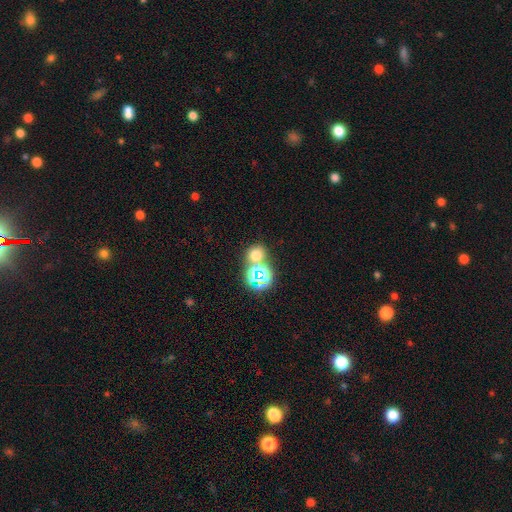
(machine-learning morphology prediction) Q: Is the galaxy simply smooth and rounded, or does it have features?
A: smooth — 59%.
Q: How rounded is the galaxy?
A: round — 78%.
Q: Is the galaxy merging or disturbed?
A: none — 63%.